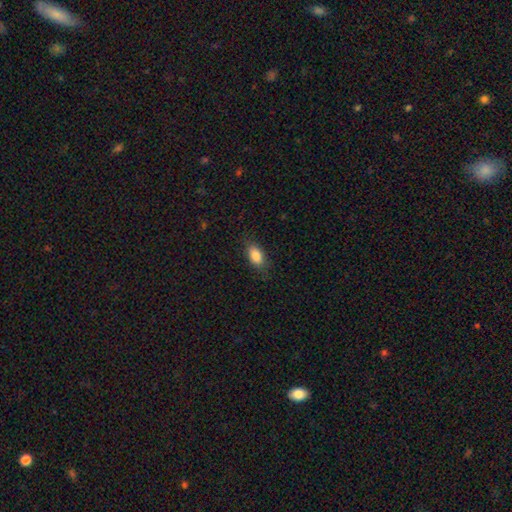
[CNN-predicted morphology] The model was most divided on "merging": none: 82%, minor disturbance: 13%, major disturbance: 4%, merger: 1%. More confident: how rounded — in between (88%); smooth or featured — smooth (86%).